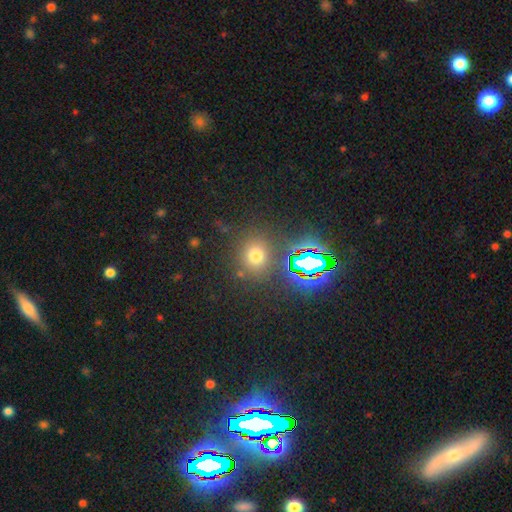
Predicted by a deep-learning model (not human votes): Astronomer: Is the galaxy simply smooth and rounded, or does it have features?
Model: smooth — 62%.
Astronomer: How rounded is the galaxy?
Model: round — 81%.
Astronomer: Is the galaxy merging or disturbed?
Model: none — 81%.